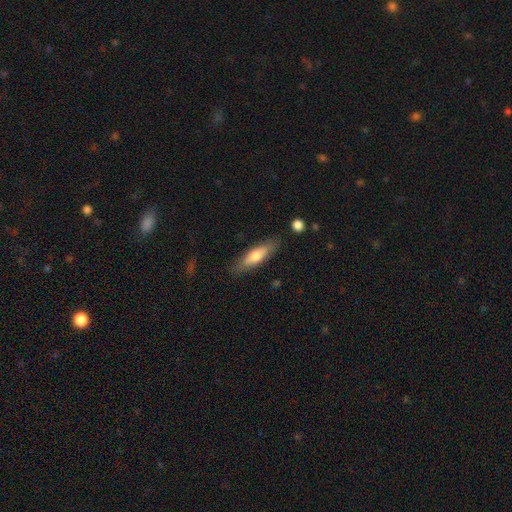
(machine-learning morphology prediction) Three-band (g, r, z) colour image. It shows a smooth galaxy with no disk features (64%) that is cigar-shaped (58%). Merging: none (83%).